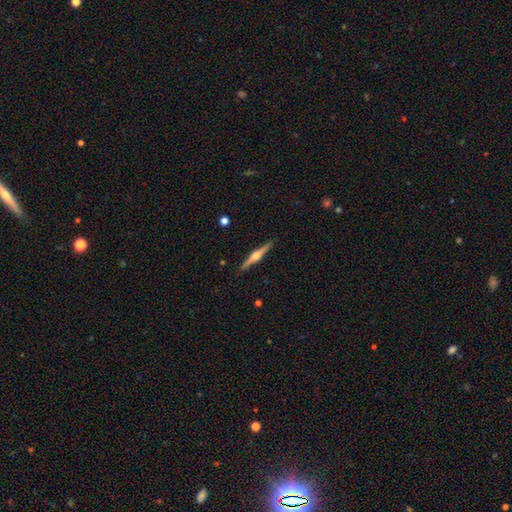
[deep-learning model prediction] This is likely a featured or disk galaxy (78%). It is clearly viewed edge-on (98%). Edge-on bulge: clearly rounded (92%). Merging: clearly none (91%).